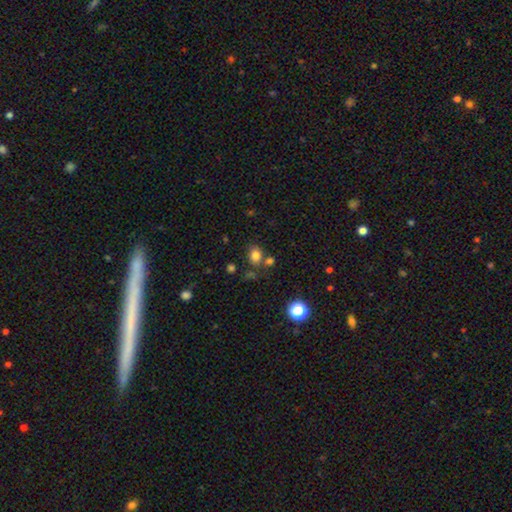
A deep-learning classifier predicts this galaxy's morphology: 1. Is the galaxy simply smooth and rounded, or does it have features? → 80% smooth, 13% star or artifact, 7% featured or disk.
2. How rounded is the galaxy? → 61% in between, 38% round, 1% cigar-shaped.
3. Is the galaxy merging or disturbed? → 69% none, 14% merger, 13% minor disturbance, 4% major disturbance.